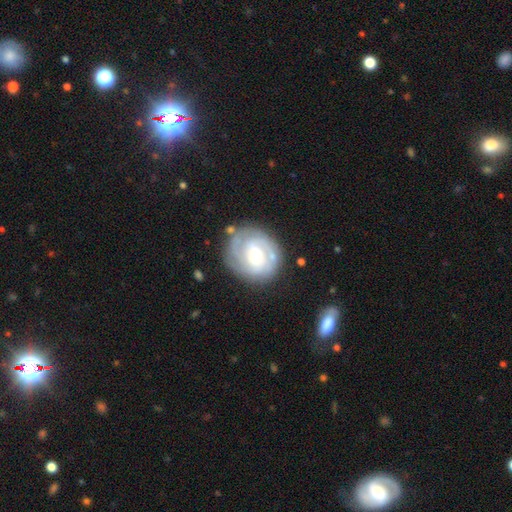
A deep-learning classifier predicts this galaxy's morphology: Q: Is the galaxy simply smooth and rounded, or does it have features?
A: featured or disk — 79%.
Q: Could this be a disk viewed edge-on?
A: no — 98%.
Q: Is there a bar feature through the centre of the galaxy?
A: no — 49%.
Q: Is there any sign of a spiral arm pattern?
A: yes — 91%.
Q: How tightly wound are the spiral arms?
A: tight — 65%.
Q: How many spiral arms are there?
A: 2 — 36%.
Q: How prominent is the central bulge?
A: moderate — 53%.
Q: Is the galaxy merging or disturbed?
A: none — 75%.